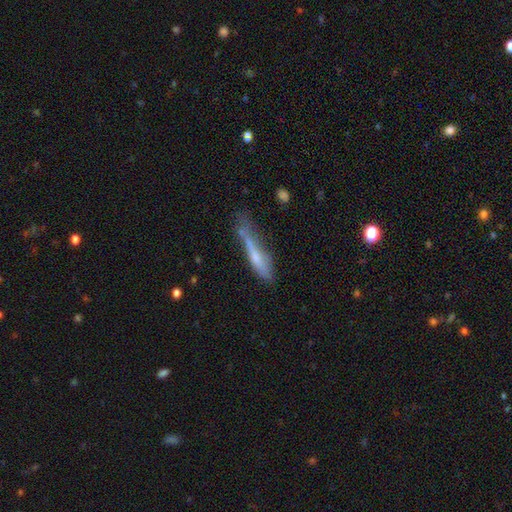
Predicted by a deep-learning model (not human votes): Smooth or featured: smooth — 52% (featured or disk — 39%)
How rounded: cigar-shaped — 86% (in between — 12%)
Merging: none — 37% (minor disturbance — 30%)